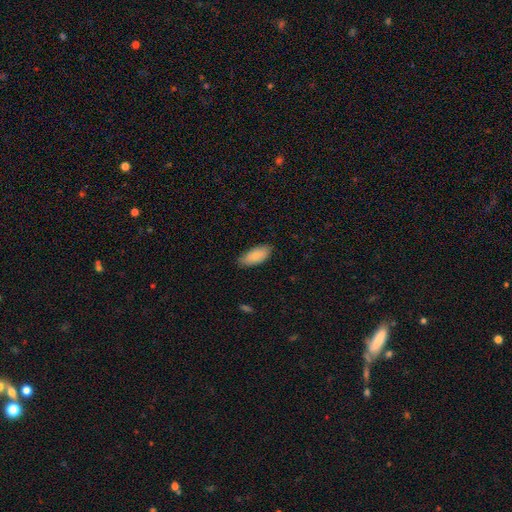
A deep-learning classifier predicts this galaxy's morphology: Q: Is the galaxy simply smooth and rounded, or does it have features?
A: smooth — 84%.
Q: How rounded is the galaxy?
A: in between — 90%.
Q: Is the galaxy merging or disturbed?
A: none — 82%.